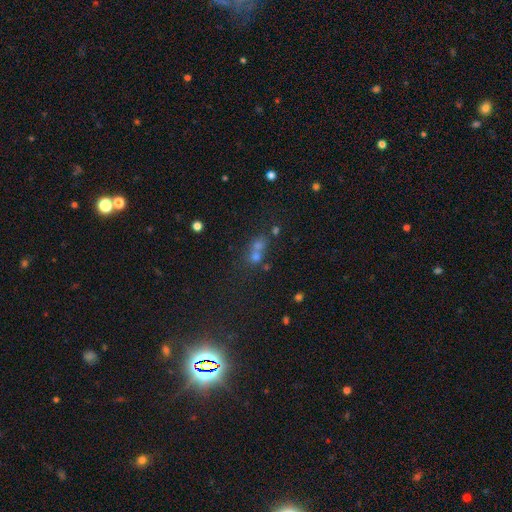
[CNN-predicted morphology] Smooth or featured? Predicted: smooth (p=0.48). Merging? Predicted: merger (p=0.49).